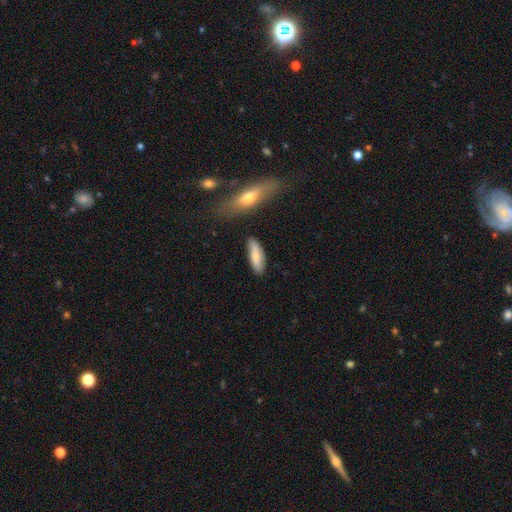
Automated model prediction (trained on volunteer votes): The model was most divided on "how rounded": in between: 52%, cigar-shaped: 46%, round: 2%. More confident: merging — none (80%); smooth or featured — smooth (70%).